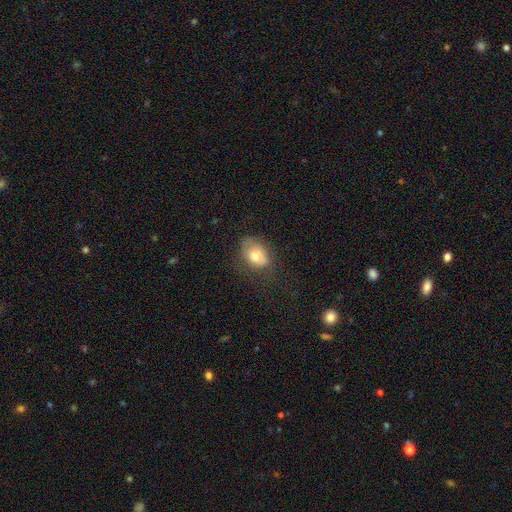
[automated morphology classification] type=smooth (70%); roundness=in between (76%); merging=none (56%).